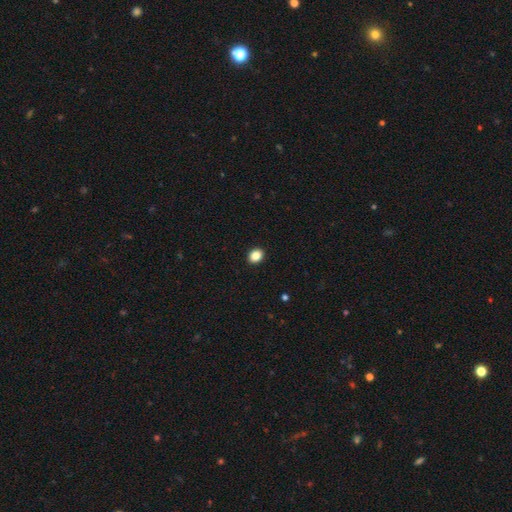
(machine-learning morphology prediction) type=smooth (86%); roundness=round (53%); merging=none (92%).